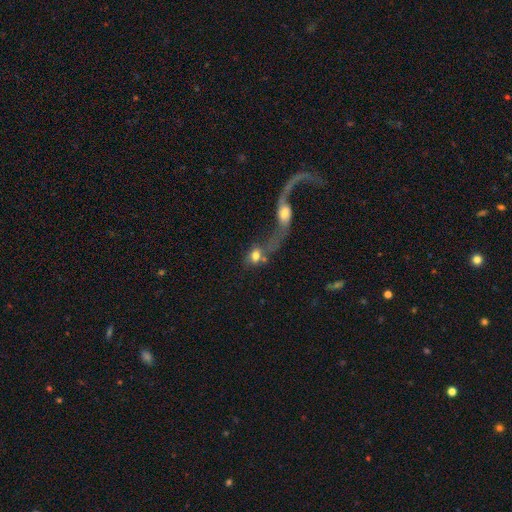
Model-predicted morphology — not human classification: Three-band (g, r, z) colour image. It shows a smooth galaxy with no disk features (66%) that is in between round and cigar-shaped (58%). Merging: merger (63%).